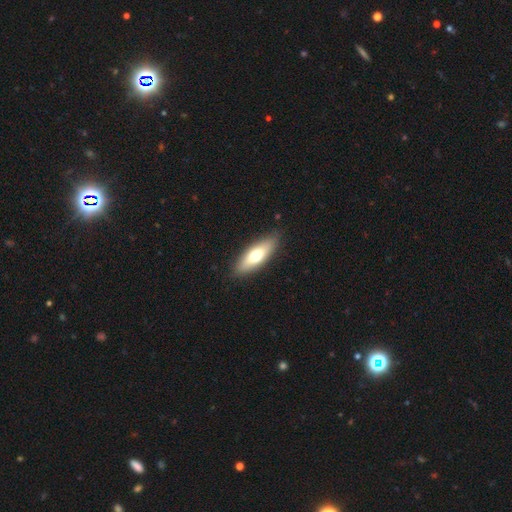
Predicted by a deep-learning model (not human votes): Morphology: type=smooth (63%); roundness=in between (56%); merging=none (87%).